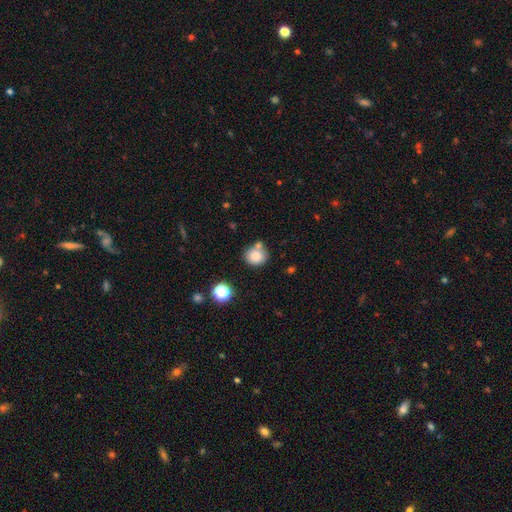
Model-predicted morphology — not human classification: This appears to be a smooth galaxy with no disk features (81%) that is round (80%). Merging: none (63%).